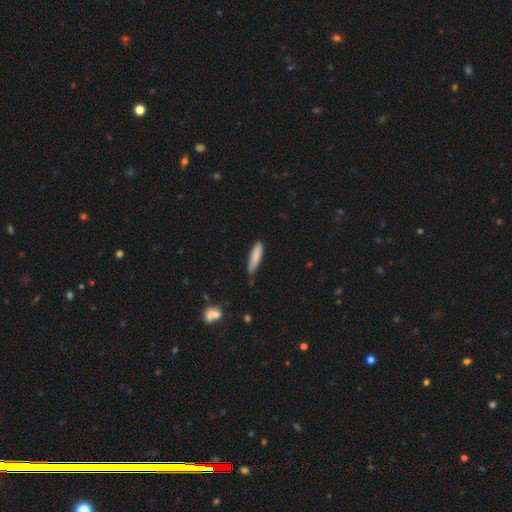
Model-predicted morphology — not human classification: Overall: smooth (84%). How rounded: cigar-shaped (79%). Merging: none (73%).